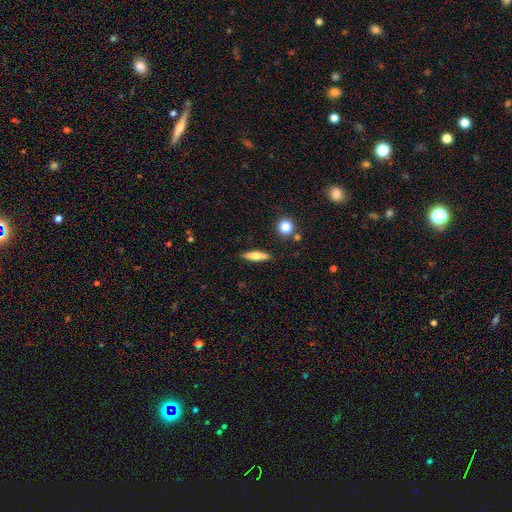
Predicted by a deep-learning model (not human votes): A smooth galaxy with no disk features (57%) that is cigar-shaped (71%). Merging: none (86%).